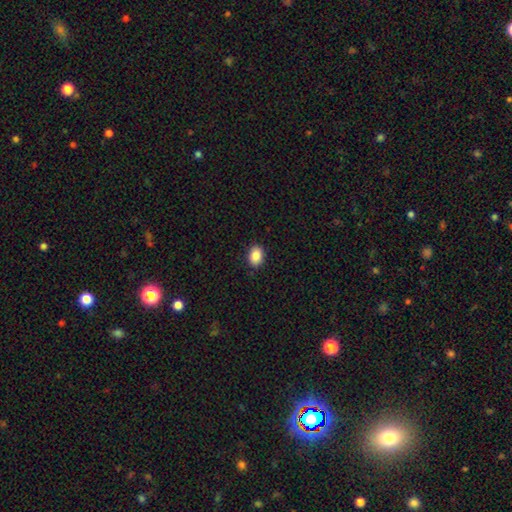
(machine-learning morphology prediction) Q: Smooth or featured?
A: smooth (89%); runner-up: star or artifact (8%)
Q: How rounded?
A: in between (78%); runner-up: round (21%)
Q: Merging?
A: none (88%); runner-up: minor disturbance (9%)